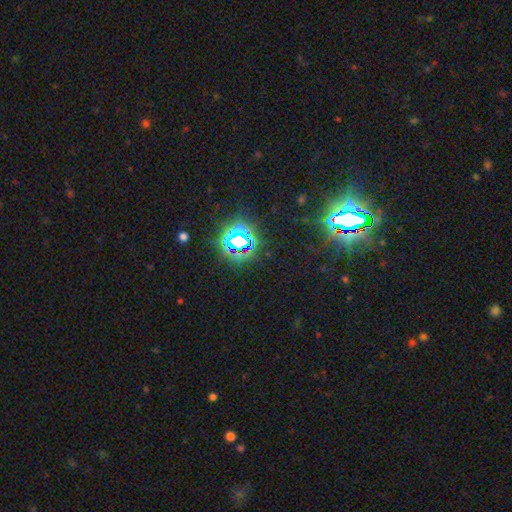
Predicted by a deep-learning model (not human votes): Q: Smooth or featured?
A: star or artifact (83%); runner-up: smooth (11%)